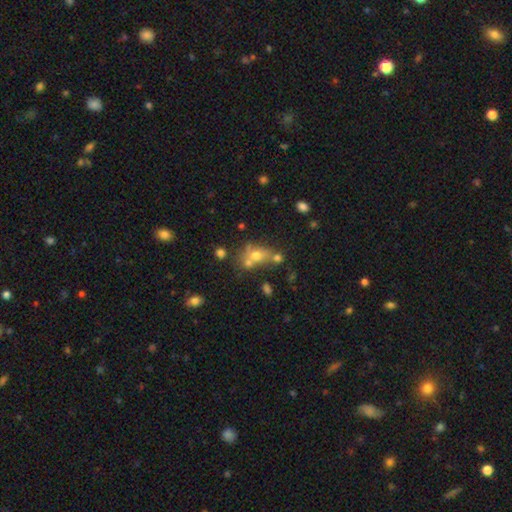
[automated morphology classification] Smooth or featured? Predicted: smooth (p=0.60). How rounded? Predicted: round (p=0.49, tied with in between). Merging? Predicted: none (p=0.39).